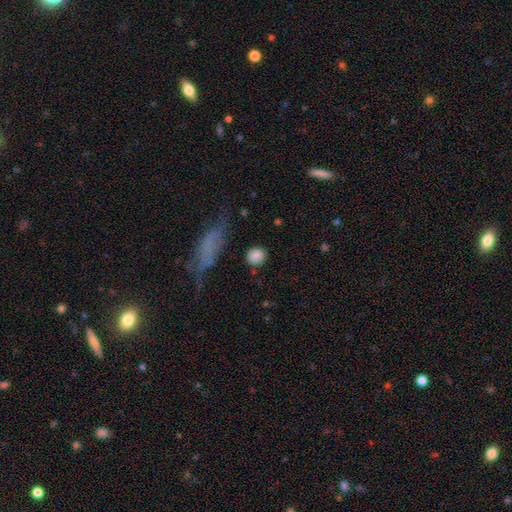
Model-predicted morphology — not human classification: Q: Smooth or featured?
A: smooth (85%); runner-up: star or artifact (8%)
Q: How rounded?
A: round (85%); runner-up: in between (13%)
Q: Merging?
A: none (80%); runner-up: minor disturbance (12%)